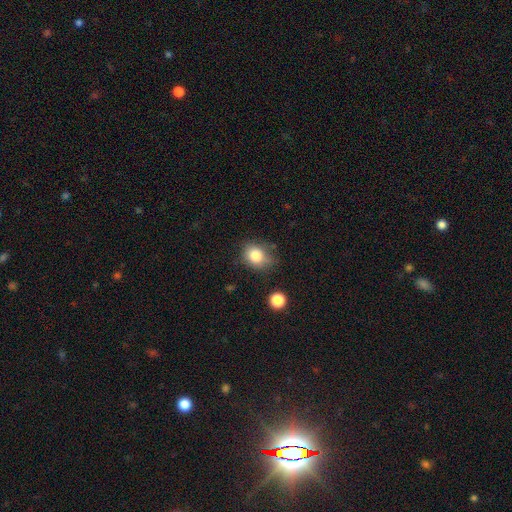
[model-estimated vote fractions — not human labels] Smooth or featured: smooth — 81% (star or artifact — 11%)
How rounded: round — 58% (in between — 41%)
Merging: none — 66% (minor disturbance — 24%)